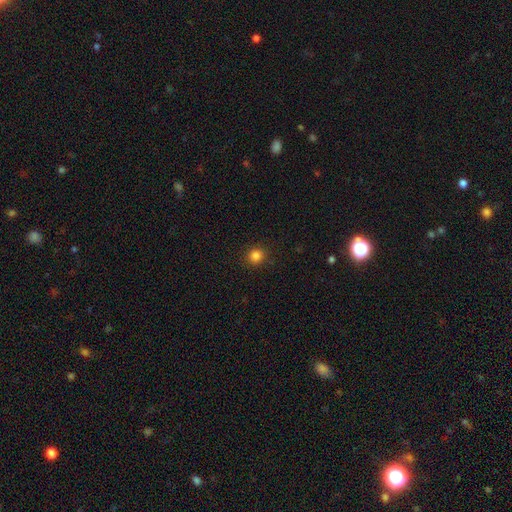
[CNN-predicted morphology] The model was most divided on "smooth or featured": smooth: 84%, star or artifact: 12%, featured or disk: 4%. More confident: merging — none (91%); how rounded — round (89%).